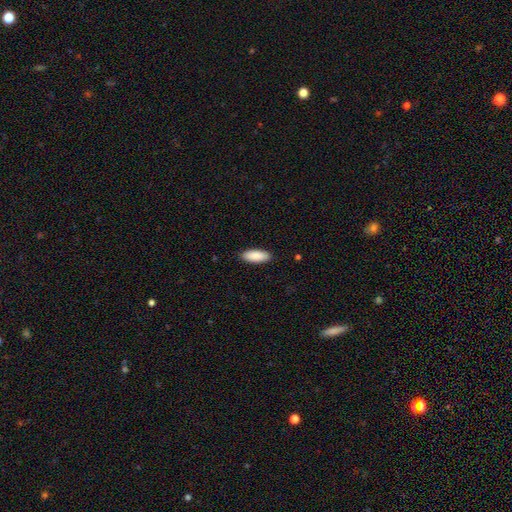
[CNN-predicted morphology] This appears to be a smooth galaxy with no disk features (89%) that is in between round and cigar-shaped (80%). Merging: none (90%).